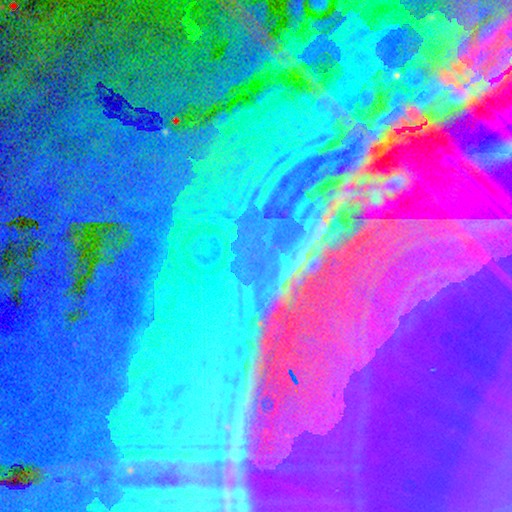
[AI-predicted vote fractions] A star or artifact, not a galaxy (85%).

Vote fractions:
- Smooth or featured? star or artifact: 85% / featured or disk: 9% / smooth: 6%